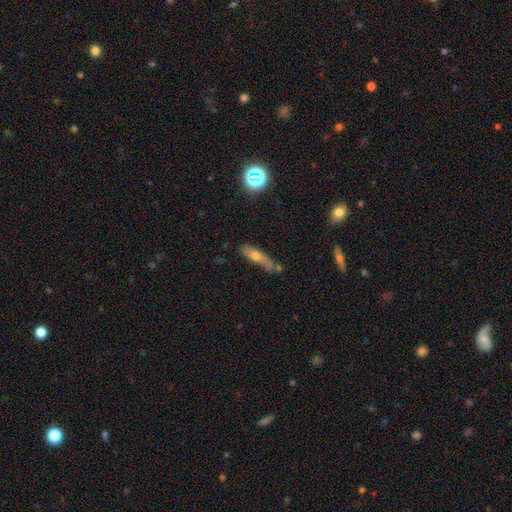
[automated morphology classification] Q: Smooth or featured?
A: smooth (52%); runner-up: featured or disk (36%)
Q: How rounded?
A: cigar-shaped (62%); runner-up: in between (34%)
Q: Merging?
A: none (46%); runner-up: minor disturbance (29%)